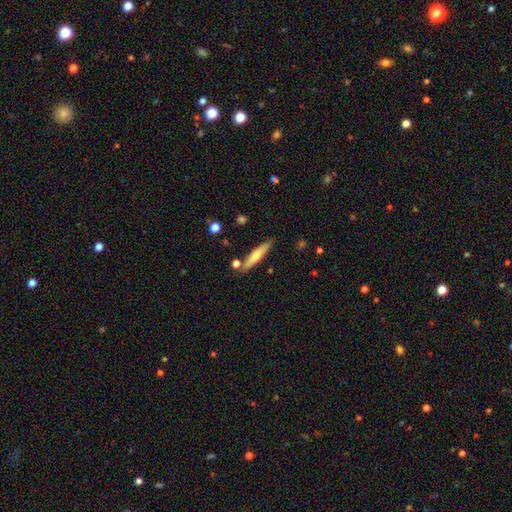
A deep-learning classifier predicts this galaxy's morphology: This is possibly a smooth galaxy (51%). How rounded: clearly cigar-shaped (88%). Merging: clearly none (81%).